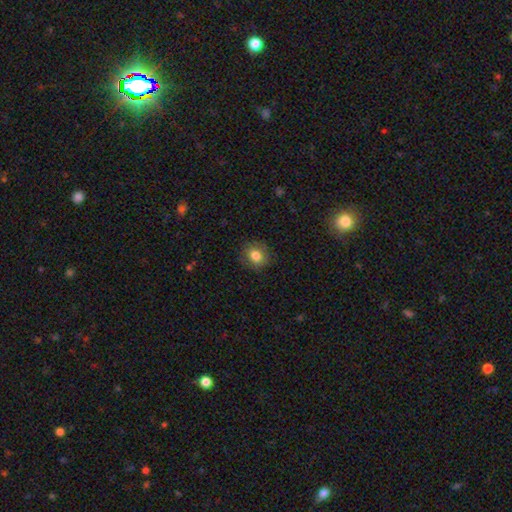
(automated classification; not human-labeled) Q: Smooth or featured?
A: smooth (80%); runner-up: featured or disk (11%)
Q: How rounded?
A: round (71%); runner-up: in between (28%)
Q: Merging?
A: none (84%); runner-up: minor disturbance (12%)